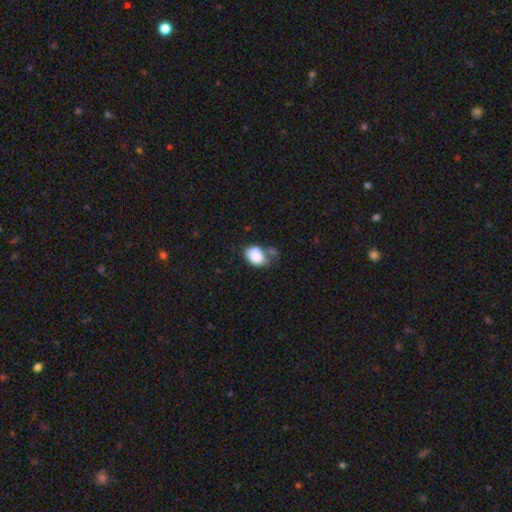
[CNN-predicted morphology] This appears to be a smooth galaxy with no disk features (86%) that is in between round and cigar-shaped (75%). Merging: none (45%).